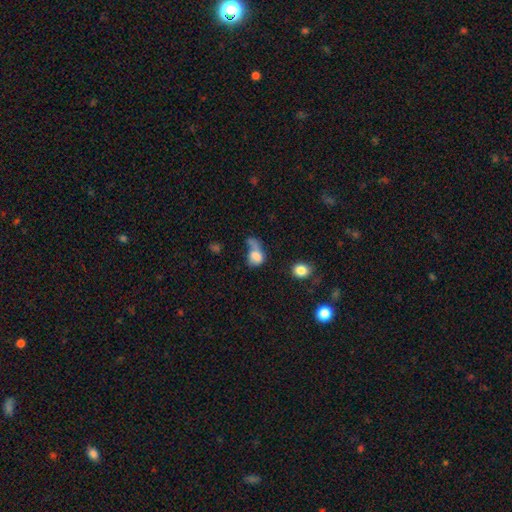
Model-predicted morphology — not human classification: Smooth or featured? smooth (72%)
How rounded? in between (62%)
Merging? major disturbance (35%)